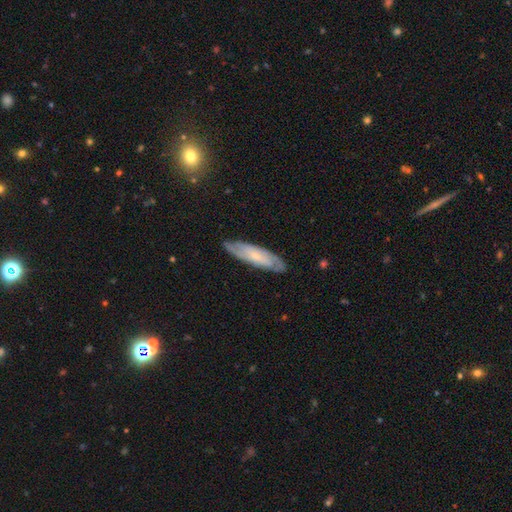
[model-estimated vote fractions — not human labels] Smooth or featured? featured or disk (66%)
Edge-on disk? no (73%)
Merging? none (82%)